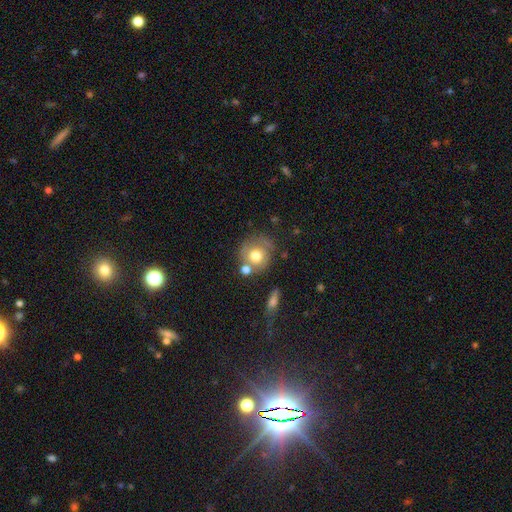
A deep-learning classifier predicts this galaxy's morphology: Smooth or featured?
  - smooth: 63% *
  - featured or disk: 28%
  - star or artifact: 9%
How rounded?
  - round: 86% *
  - in between: 13%
  - cigar-shaped: 1%
Merging?
  - none: 60% *
  - minor disturbance: 17%
  - merger: 16%
  - major disturbance: 8%